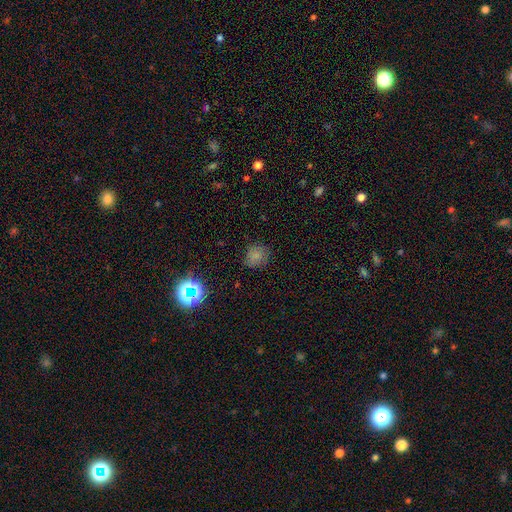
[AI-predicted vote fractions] A smooth galaxy with no disk features (72%) that is round (73%). Merging: none (76%).